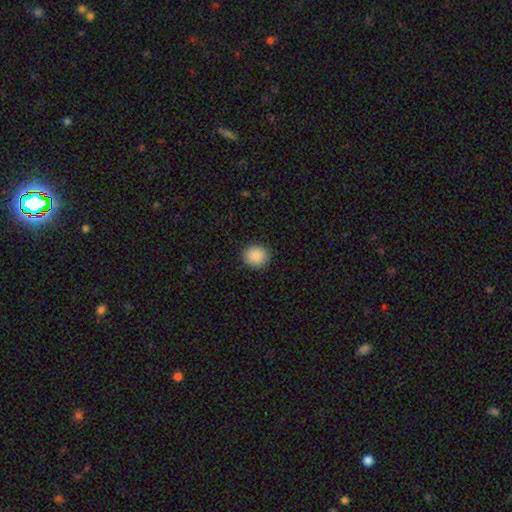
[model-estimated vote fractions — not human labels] smooth-or-featured: smooth: 87% | star or artifact: 9% | featured or disk: 4%
  how-rounded: round: 90% | in between: 9% | cigar-shaped: 1%
  merging: none: 91% | minor disturbance: 6% | major disturbance: 2% | merger: 1%